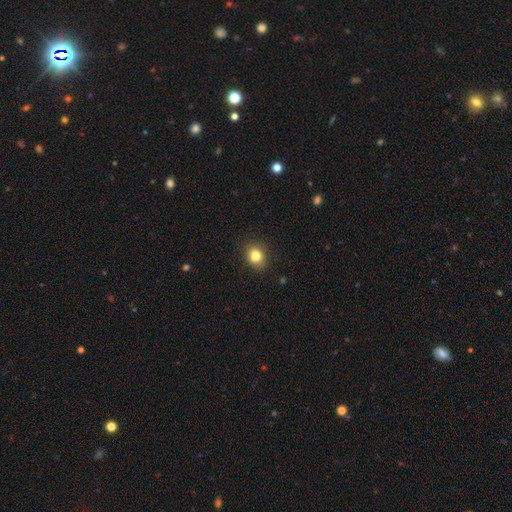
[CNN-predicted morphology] Smooth or featured: smooth — 82% (star or artifact — 11%)
How rounded: round — 64% (in between — 35%)
Merging: none — 85% (minor disturbance — 10%)